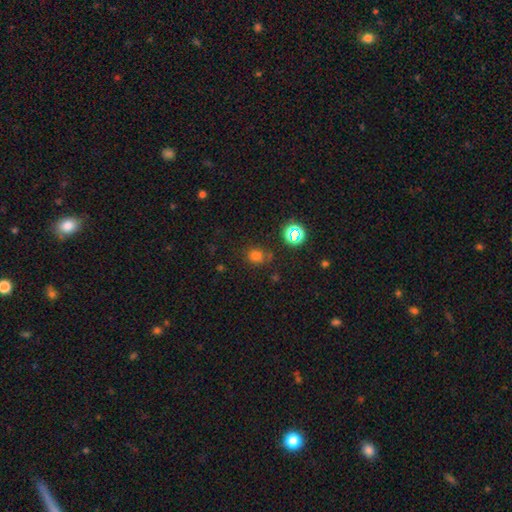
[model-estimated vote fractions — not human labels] smooth_or_featured: smooth (p=0.68) [alt: star or artifact p=0.26]
how_rounded: round (p=0.68) [alt: in between p=0.31]
merging: none (p=0.69) [alt: minor disturbance p=0.15]